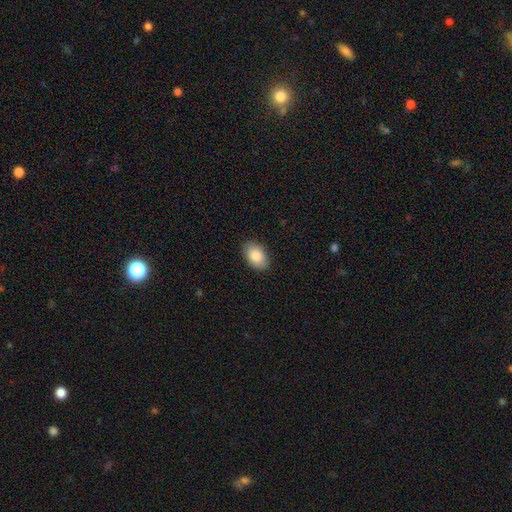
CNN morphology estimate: smooth-or-featured: smooth: 86% | featured or disk: 8% | star or artifact: 6%
  how-rounded: in between: 90% | round: 9% | cigar-shaped: 1%
  merging: none: 87% | minor disturbance: 10% | major disturbance: 2% | merger: 1%